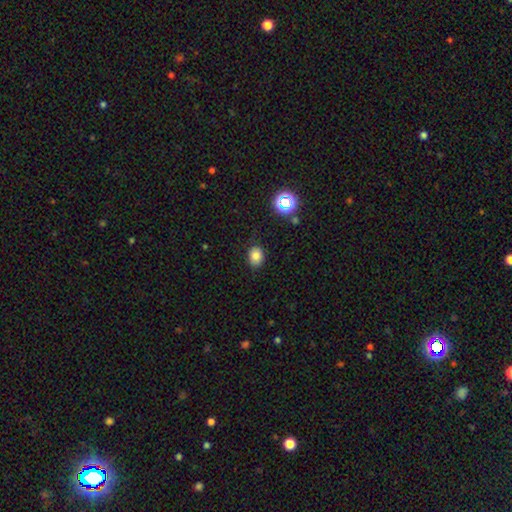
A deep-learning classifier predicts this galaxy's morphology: type=smooth (79%); roundness=in between (56%); merging=none (81%).